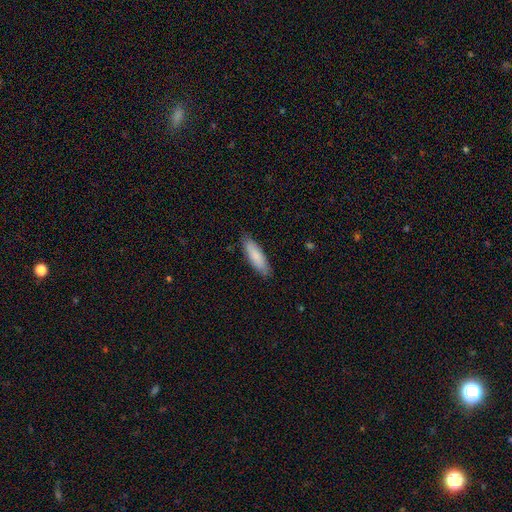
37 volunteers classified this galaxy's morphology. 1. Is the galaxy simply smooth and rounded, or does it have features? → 86% smooth, 8% star or artifact, 5% featured or disk.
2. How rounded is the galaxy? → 56% cigar-shaped, 44% in between, 0% round.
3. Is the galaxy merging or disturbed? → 88% none, 6% minor disturbance, 6% major disturbance, 0% merger.